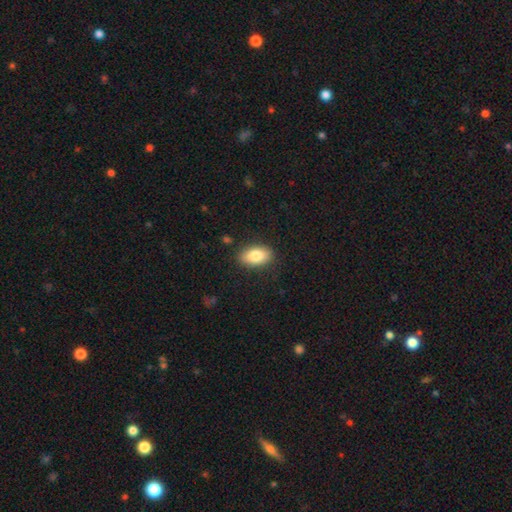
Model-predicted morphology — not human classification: A smooth galaxy with no disk features (82%) that is in between round and cigar-shaped (92%). Merging: none (87%).